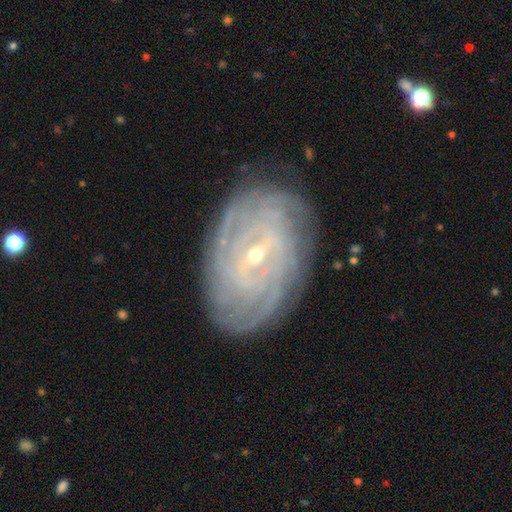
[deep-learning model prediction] The model was most divided on "spiral arm count": can't tell: 33%, 4: 22%, more than 4: 16%, 3: 12%, 2: 11%, 1: 7%. Remaining: spiral arms — yes (97%); edge-on disk — no (96%); smooth or featured — featured or disk (88%); spiral winding — tight (84%); merging — none (83%); bulge size — small (69%); bar — weak (49%).